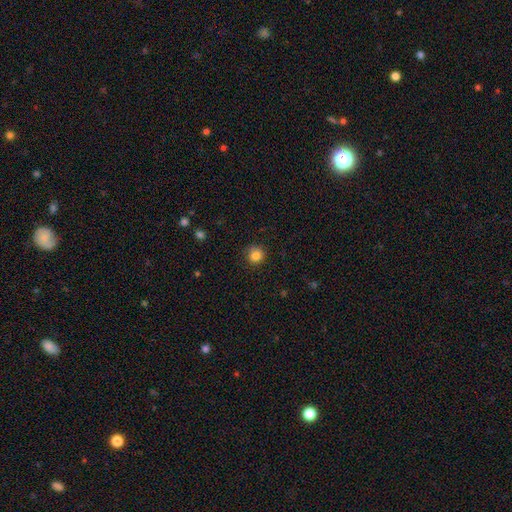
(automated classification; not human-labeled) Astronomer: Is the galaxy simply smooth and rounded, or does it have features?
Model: smooth — 84%.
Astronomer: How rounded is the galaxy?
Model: round — 92%.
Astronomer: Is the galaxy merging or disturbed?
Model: none — 86%.